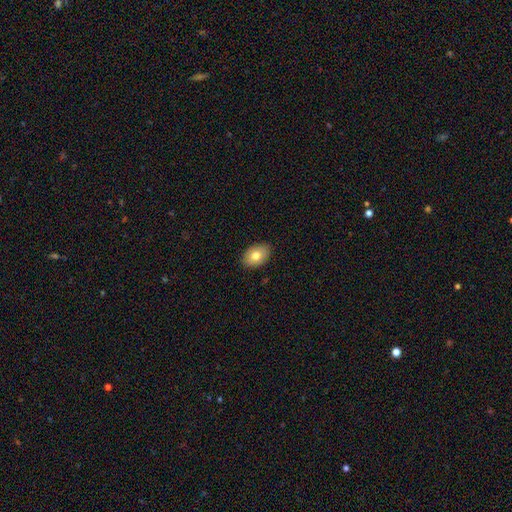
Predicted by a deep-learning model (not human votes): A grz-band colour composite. It shows a smooth galaxy with no disk features (77%) that is in between round and cigar-shaped (85%). Merging: none (88%).